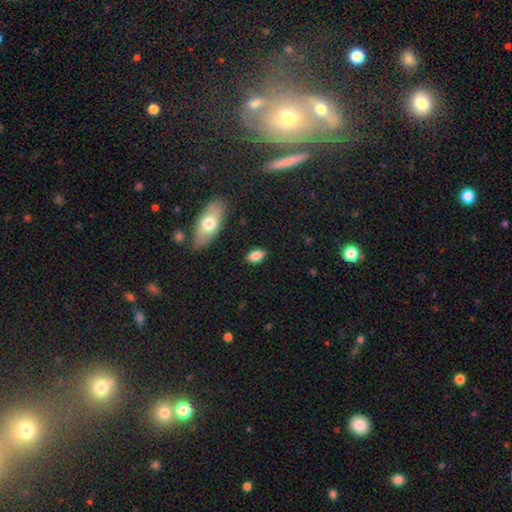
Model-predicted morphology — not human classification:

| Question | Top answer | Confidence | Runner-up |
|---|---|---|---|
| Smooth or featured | smooth | 82% | featured or disk (10%) |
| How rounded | in between | 88% | round (8%) |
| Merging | none | 85% | minor disturbance (11%) |